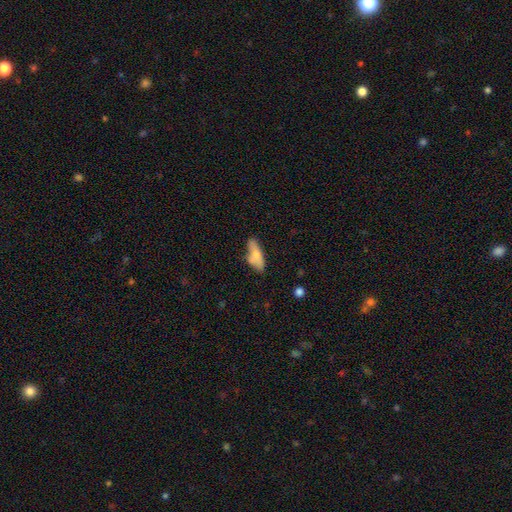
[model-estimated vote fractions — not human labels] Smooth or featured? Predicted: smooth (p=0.65). How rounded? Predicted: in between (p=0.66). Merging? Predicted: none (p=0.52).